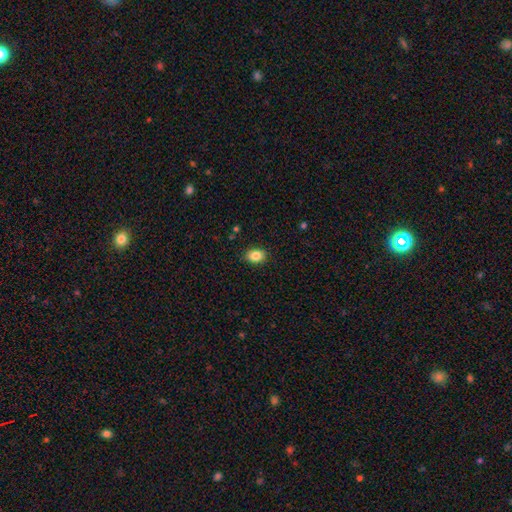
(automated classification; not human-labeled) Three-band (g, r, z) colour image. It shows a smooth galaxy with no disk features (85%) that is in between round and cigar-shaped (70%). Merging: none (89%).